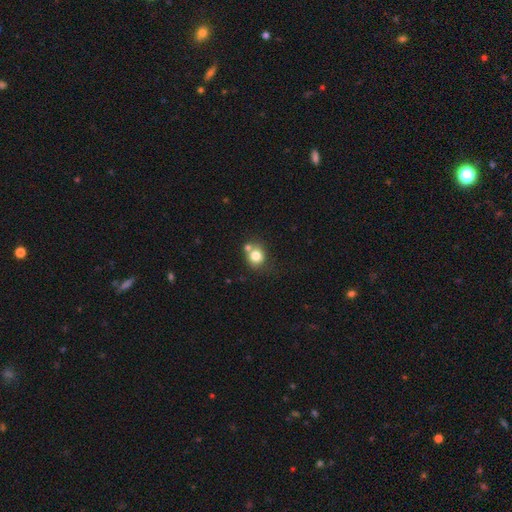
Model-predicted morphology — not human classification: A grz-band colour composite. It shows a smooth galaxy with no disk features (77%) that is round (74%). Merging: none (51%).